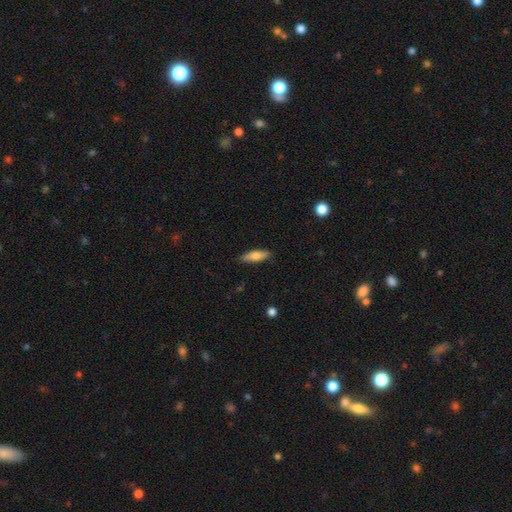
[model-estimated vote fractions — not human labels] smooth 74%, featured or disk 20%, star or artifact 6%. Down the decision tree: how rounded — cigar-shaped (51%); merging — none (84%).